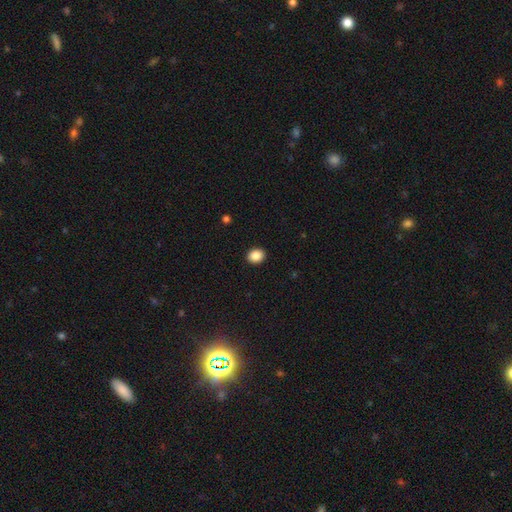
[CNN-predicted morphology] smooth_or_featured: smooth (p=0.88) [alt: star or artifact p=0.09]
how_rounded: round (p=0.59) [alt: in between p=0.40]
merging: none (p=0.92) [alt: minor disturbance p=0.06]